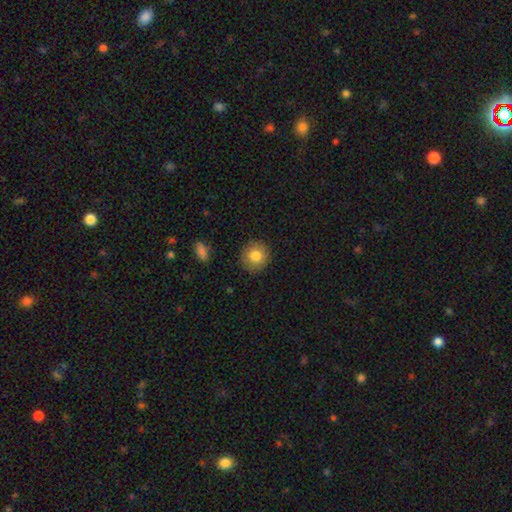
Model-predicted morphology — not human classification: A smooth galaxy with no disk features (81%) that is round (92%).

Vote fractions:
- Smooth or featured? smooth: 81% / featured or disk: 10% / star or artifact: 9%
- How rounded? round: 92% / in between: 8% / cigar-shaped: 1%
- Merging? none: 88% / minor disturbance: 8% / major disturbance: 2% / merger: 1%